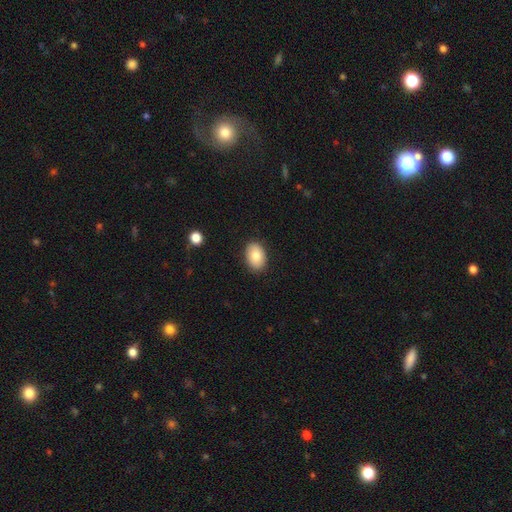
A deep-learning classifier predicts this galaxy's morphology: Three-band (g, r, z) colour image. It shows a smooth galaxy with no disk features (85%) that is in between round and cigar-shaped (85%). Merging: none (89%).